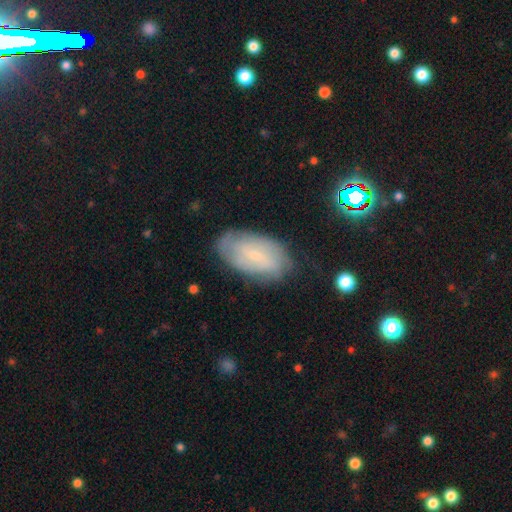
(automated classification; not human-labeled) This appears to be a featured or disk galaxy (49%). Merging: none (74%).